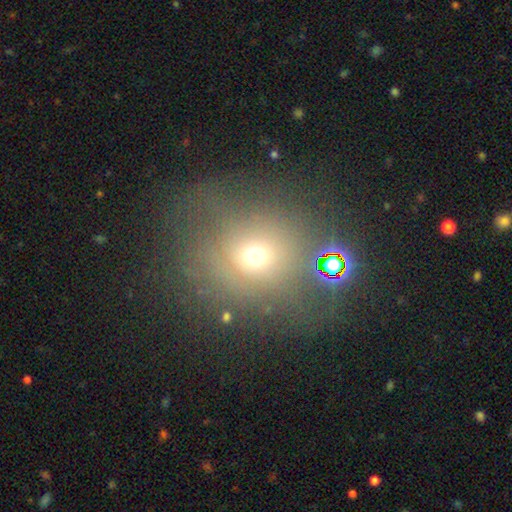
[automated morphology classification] Smooth or featured? Predicted: smooth (p=0.60). How rounded? Predicted: round (p=0.76). Merging? Predicted: none (p=0.58).